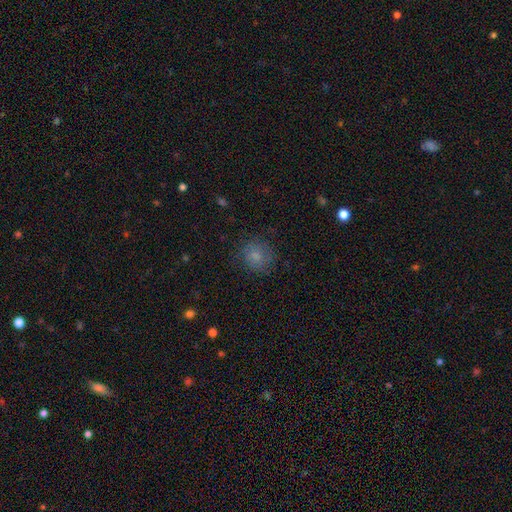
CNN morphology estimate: Q: Smooth or featured?
A: smooth (79%); runner-up: featured or disk (11%)
Q: How rounded?
A: round (85%); runner-up: in between (14%)
Q: Merging?
A: none (78%); runner-up: minor disturbance (15%)